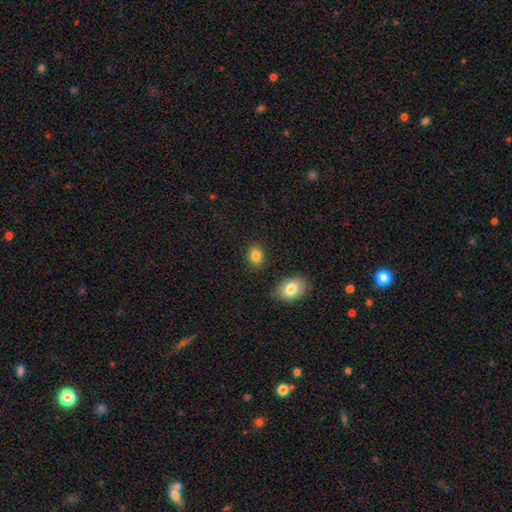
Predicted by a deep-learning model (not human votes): smooth-or-featured: smooth: 85% | star or artifact: 9% | featured or disk: 6%
  how-rounded: in between: 60% | round: 39% | cigar-shaped: 1%
  merging: none: 84% | minor disturbance: 10% | merger: 3% | major disturbance: 3%